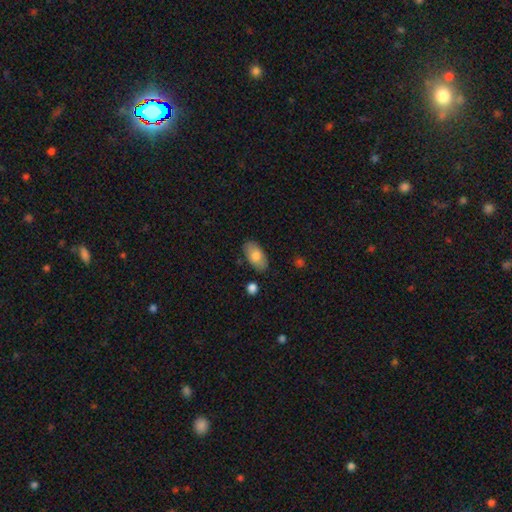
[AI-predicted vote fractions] A smooth galaxy with no disk features (78%) that is in between round and cigar-shaped (94%).

Vote fractions:
- Smooth or featured? smooth: 78% / featured or disk: 16% / star or artifact: 6%
- How rounded? in between: 94% / round: 3% / cigar-shaped: 3%
- Merging? none: 83% / minor disturbance: 12% / major disturbance: 3% / merger: 2%